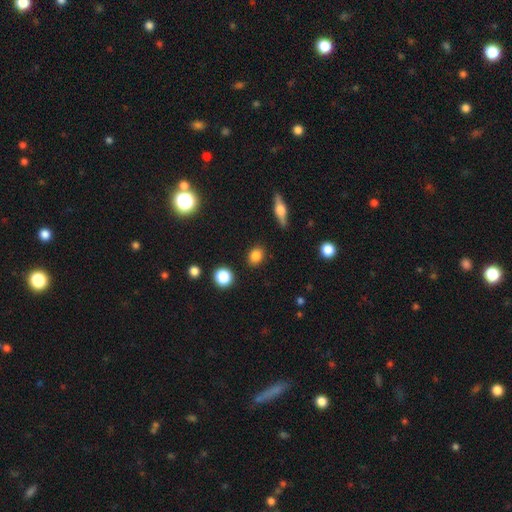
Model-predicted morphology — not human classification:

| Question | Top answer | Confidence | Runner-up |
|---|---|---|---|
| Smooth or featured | smooth | 83% | star or artifact (10%) |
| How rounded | round | 57% | in between (41%) |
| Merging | none | 88% | minor disturbance (8%) |